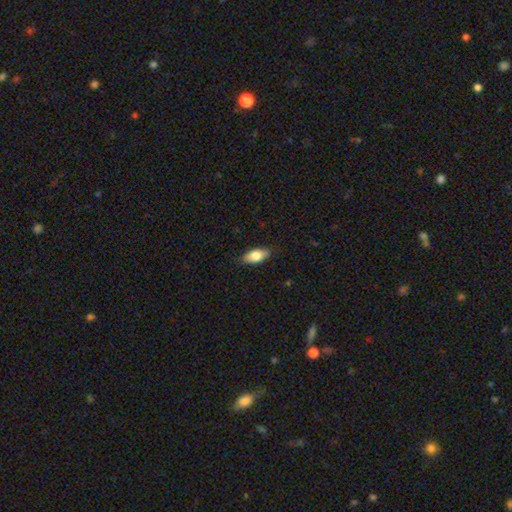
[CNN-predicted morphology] smooth_or_featured: smooth (p=0.76) [alt: featured or disk p=0.18]
how_rounded: in between (p=0.86) [alt: cigar-shaped p=0.10]
merging: none (p=0.86) [alt: minor disturbance p=0.11]